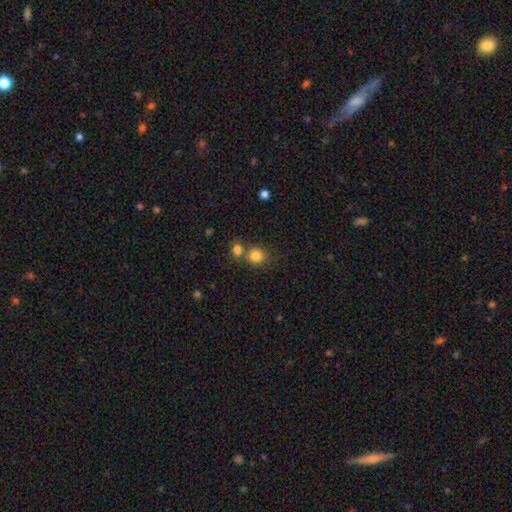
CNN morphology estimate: type=smooth (82%); roundness=round (82%); merging=none (57%).